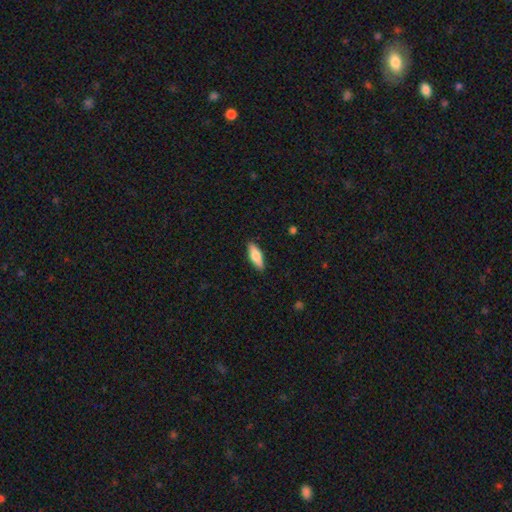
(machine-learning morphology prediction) A smooth galaxy with no disk features (74%) that is in between round and cigar-shaped (60%). Merging: none (89%).